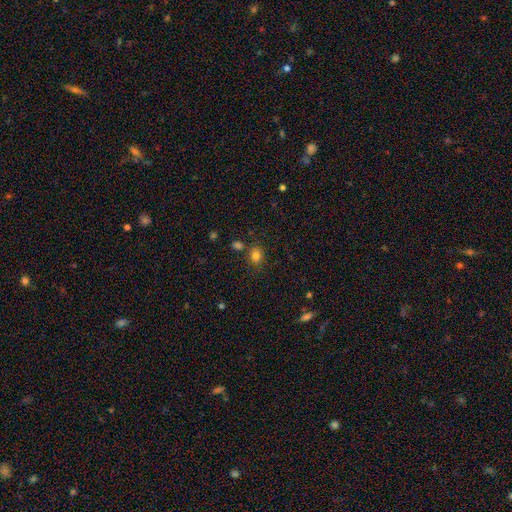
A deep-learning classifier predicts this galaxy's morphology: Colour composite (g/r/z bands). It shows a smooth galaxy with no disk features (80%) that is round (53%). Merging: none (74%).